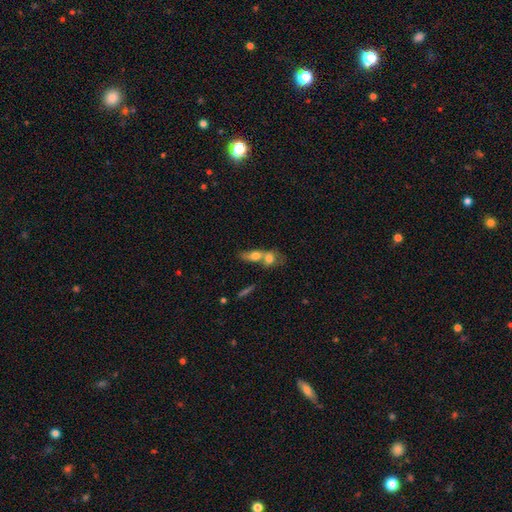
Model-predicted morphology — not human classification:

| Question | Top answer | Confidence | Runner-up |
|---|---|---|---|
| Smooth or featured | smooth | 67% | featured or disk (25%) |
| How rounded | in between | 62% | round (25%) |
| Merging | merger | 72% | none (17%) |